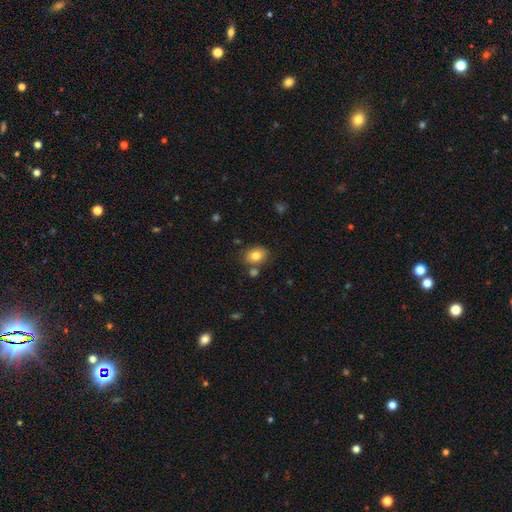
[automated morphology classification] smooth 81%, featured or disk 10%, star or artifact 9%. Down the decision tree: how rounded — in between (64%); merging — none (73%).